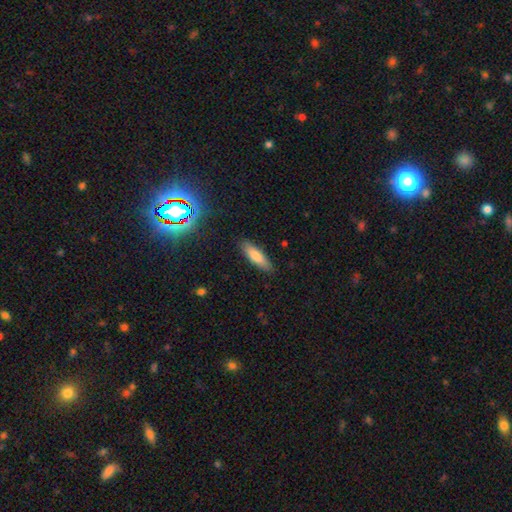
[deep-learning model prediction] Smooth or featured? Predicted: smooth (p=0.78). How rounded? Predicted: cigar-shaped (p=0.57). Merging? Predicted: none (p=0.87).